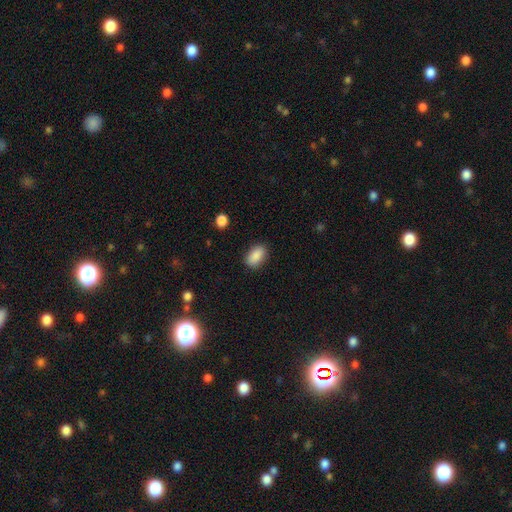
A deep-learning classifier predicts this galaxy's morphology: Q: Smooth or featured?
A: smooth (88%); runner-up: star or artifact (8%)
Q: How rounded?
A: in between (91%); runner-up: round (7%)
Q: Merging?
A: none (86%); runner-up: minor disturbance (10%)